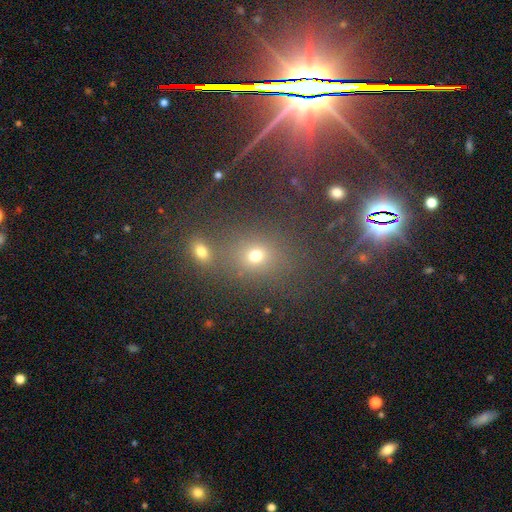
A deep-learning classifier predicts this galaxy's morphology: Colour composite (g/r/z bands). It shows a smooth galaxy with no disk features (67%) that is round (60%). Merging: none (60%).